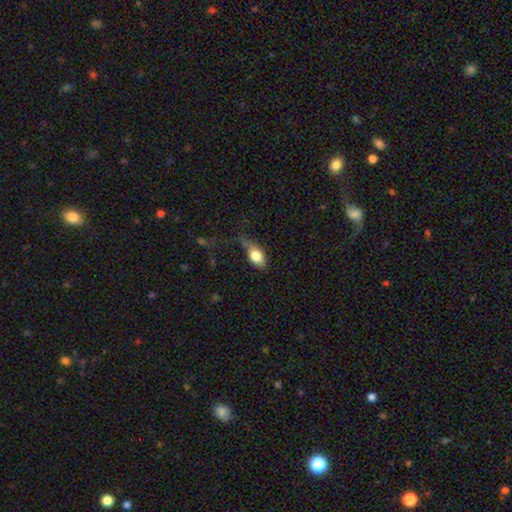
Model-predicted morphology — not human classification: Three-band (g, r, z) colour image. It shows a smooth galaxy with no disk features (76%) that is in between round and cigar-shaped (82%). Merging: none (34%).